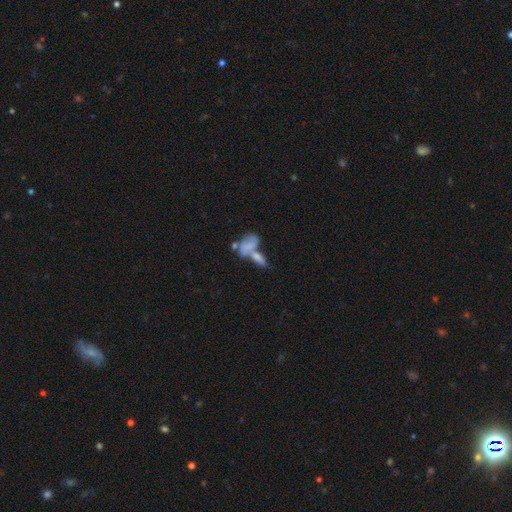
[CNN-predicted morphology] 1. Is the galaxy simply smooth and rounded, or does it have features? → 44% smooth, 40% featured or disk, 17% star or artifact.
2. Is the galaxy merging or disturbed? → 60% merger, 21% none, 10% major disturbance, 9% minor disturbance.